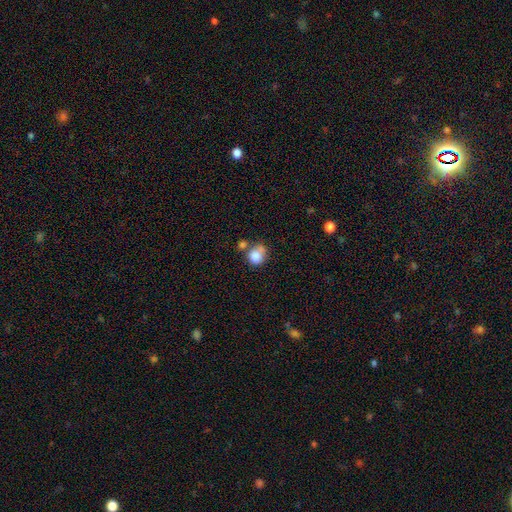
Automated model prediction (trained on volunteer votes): The model was most divided on "merging": none: 40%, merger: 31%, minor disturbance: 20%, major disturbance: 9%. More confident: smooth or featured — smooth (82%); how rounded — round (73%).